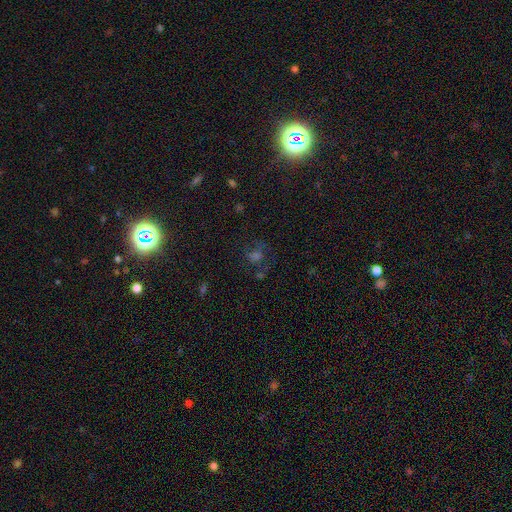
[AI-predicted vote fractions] smooth-or-featured: star or artifact: 49% | smooth: 32% | featured or disk: 19%